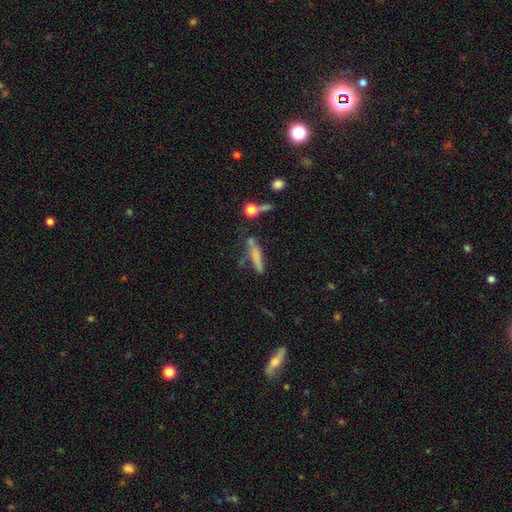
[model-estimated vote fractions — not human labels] This appears to be a smooth galaxy with no disk features (62%) that is cigar-shaped (85%). Merging: none (61%).